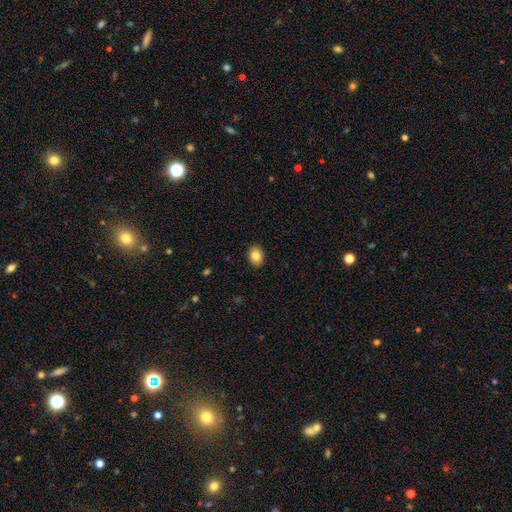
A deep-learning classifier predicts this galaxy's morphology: Smooth or featured: smooth — 84% (star or artifact — 8%)
How rounded: in between — 70% (round — 29%)
Merging: none — 89% (minor disturbance — 8%)